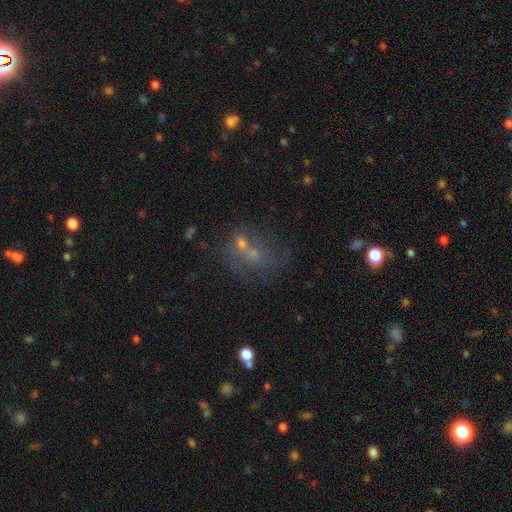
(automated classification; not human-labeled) smooth_or_featured: smooth (p=0.44) [alt: featured or disk p=0.29]
merging: merger (p=0.45) [alt: none p=0.32]